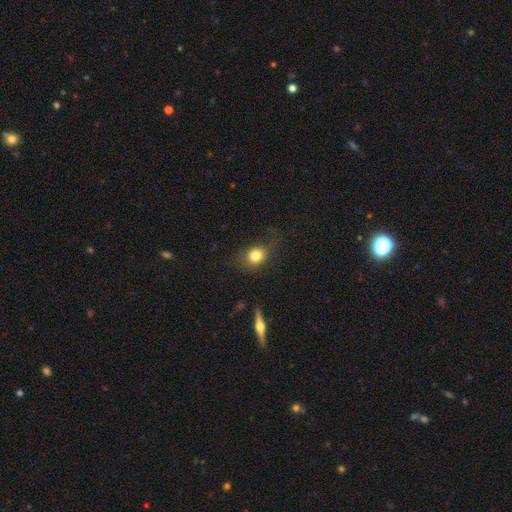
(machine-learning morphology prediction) Smooth or featured? smooth (79%)
How rounded? round (64%)
Merging? none (66%)